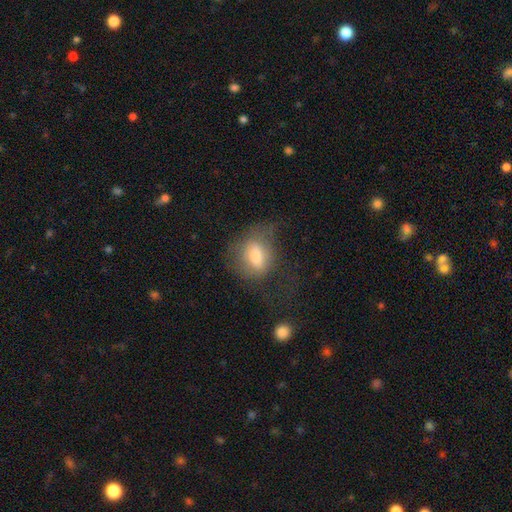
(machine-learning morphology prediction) This appears to be a smooth galaxy with no disk features (69%) that is in between round and cigar-shaped (70%). Merging: none (39%).